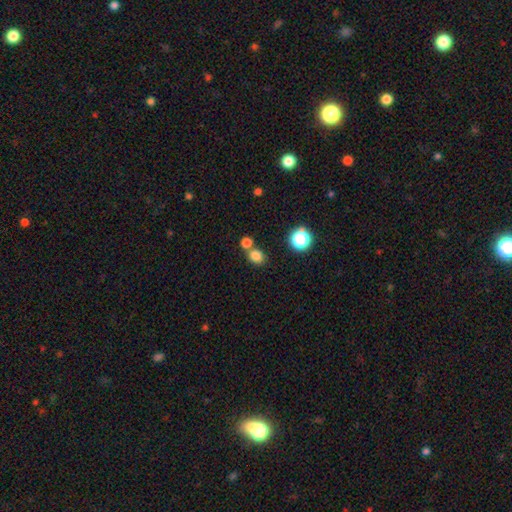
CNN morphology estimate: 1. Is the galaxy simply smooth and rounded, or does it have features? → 80% smooth, 14% star or artifact, 6% featured or disk.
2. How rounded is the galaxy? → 59% round, 39% in between, 1% cigar-shaped.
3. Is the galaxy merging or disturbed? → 59% none, 29% merger, 9% minor disturbance, 3% major disturbance.